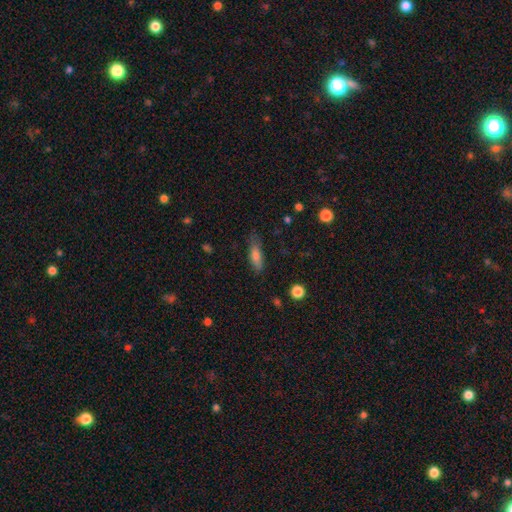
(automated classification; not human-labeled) Smooth or featured? smooth (74%)
How rounded? cigar-shaped (52%)
Merging? none (71%)